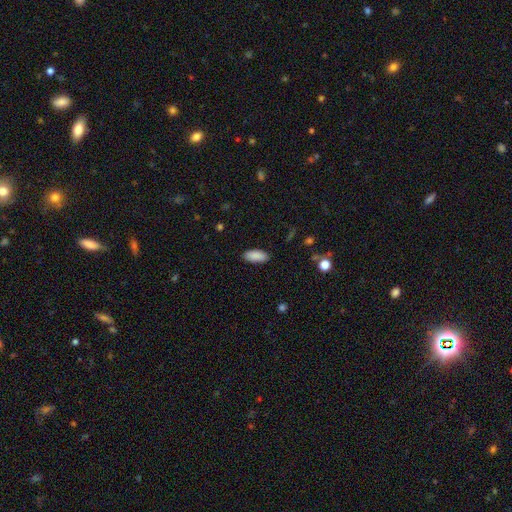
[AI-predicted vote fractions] The model was most divided on "how rounded": in between: 87%, cigar-shaped: 11%, round: 2%. More confident: smooth or featured — smooth (89%); merging — none (88%).